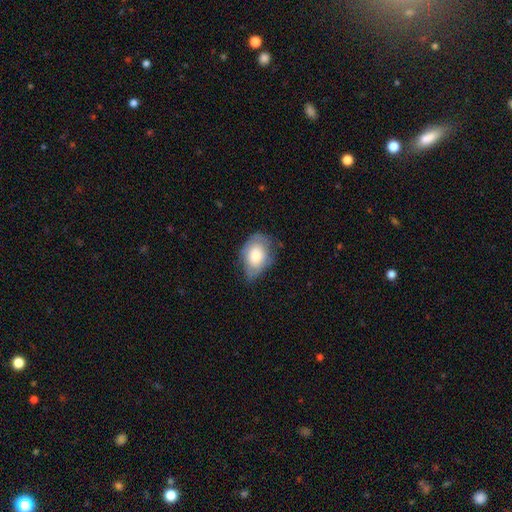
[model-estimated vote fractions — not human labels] This appears to be a smooth galaxy with no disk features (65%) that is in between round and cigar-shaped (84%). Merging: none (53%).